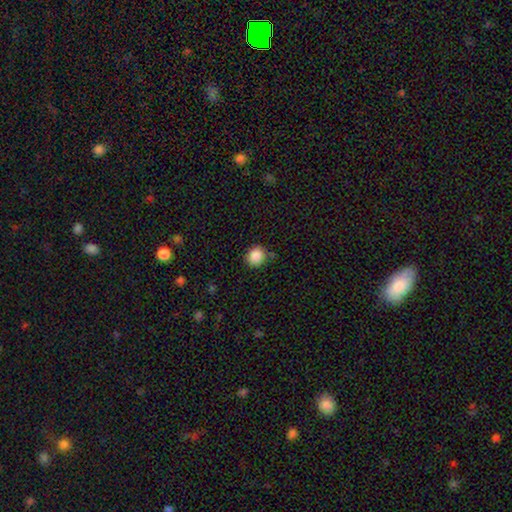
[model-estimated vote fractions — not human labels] Q: Smooth or featured?
A: smooth (88%); runner-up: star or artifact (9%)
Q: How rounded?
A: round (83%); runner-up: in between (16%)
Q: Merging?
A: none (79%); runner-up: minor disturbance (14%)